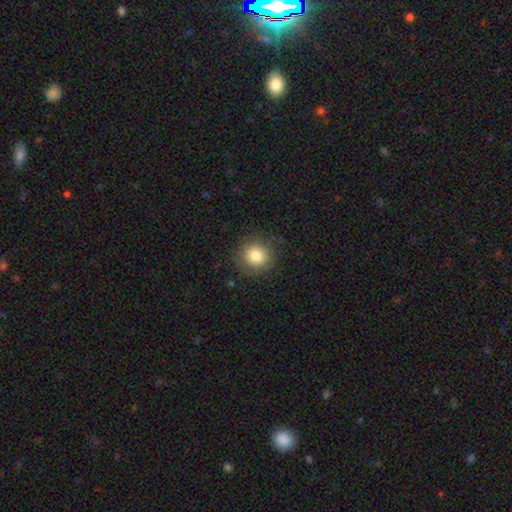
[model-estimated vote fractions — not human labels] smooth 83%, star or artifact 10%, featured or disk 7%. Down the decision tree: how rounded — round (91%); merging — none (87%).